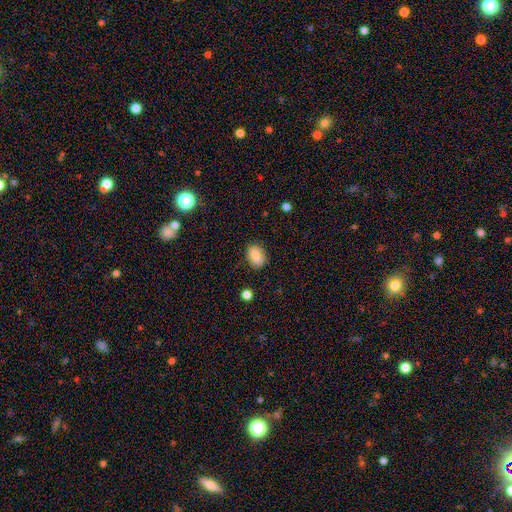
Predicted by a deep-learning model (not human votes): smooth_or_featured: smooth (p=0.87) [alt: star or artifact p=0.08]
how_rounded: in between (p=0.75) [alt: round p=0.24]
merging: none (p=0.82) [alt: minor disturbance p=0.13]